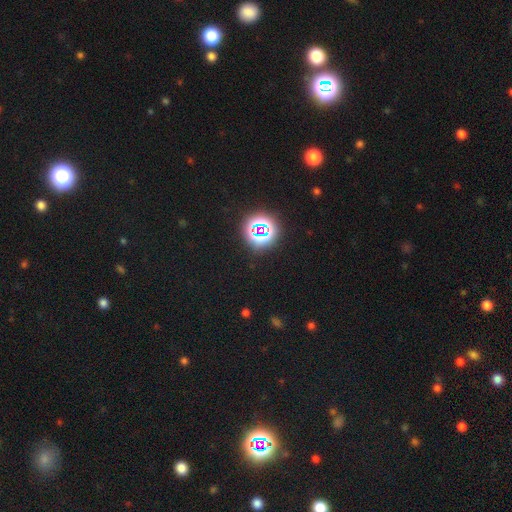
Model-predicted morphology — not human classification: smooth-or-featured: star or artifact: 76% | smooth: 17% | featured or disk: 7%